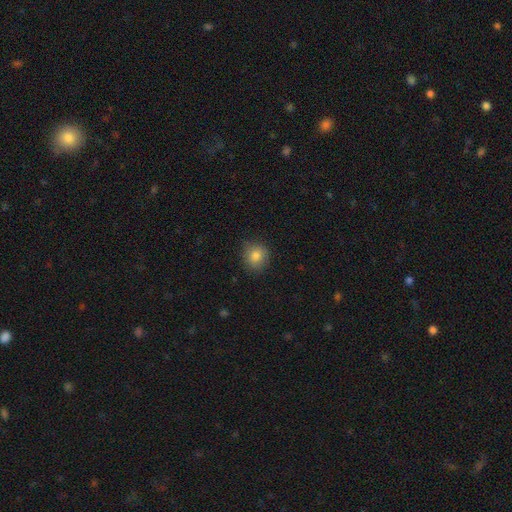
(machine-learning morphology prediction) A smooth galaxy with no disk features (83%) that is round (87%). Merging: none (85%).